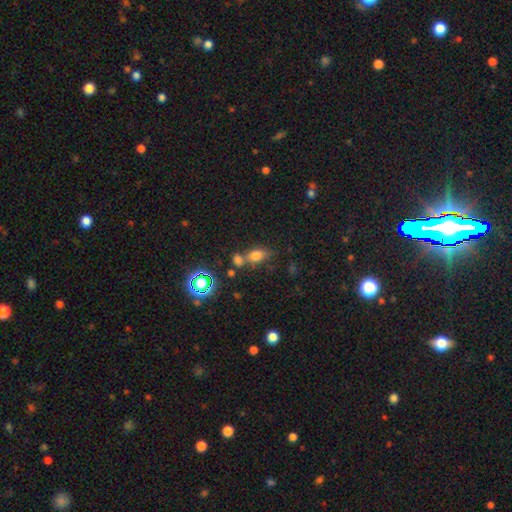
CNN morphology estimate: Smooth or featured: smooth — 71% (star or artifact — 18%)
How rounded: in between — 71% (round — 23%)
Merging: none — 46% (merger — 34%)